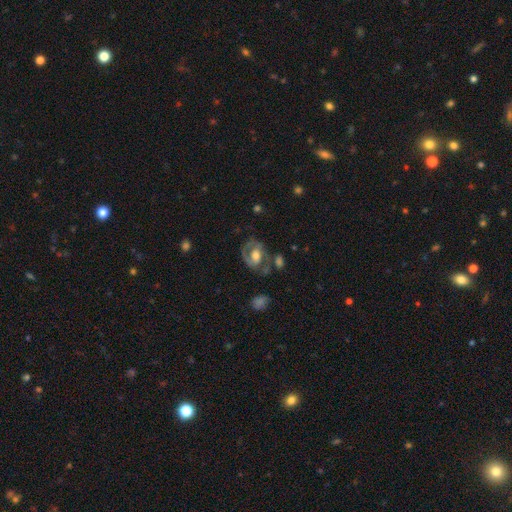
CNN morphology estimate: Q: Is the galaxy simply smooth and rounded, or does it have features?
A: featured or disk — 72%.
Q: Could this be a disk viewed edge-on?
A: no — 96%.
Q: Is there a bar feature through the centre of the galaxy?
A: no — 51%.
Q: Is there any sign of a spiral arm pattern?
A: yes — 77%.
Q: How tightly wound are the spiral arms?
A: medium — 47%.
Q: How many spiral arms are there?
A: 2 — 73%.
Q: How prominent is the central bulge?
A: moderate — 62%.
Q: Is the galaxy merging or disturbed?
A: none — 56%.